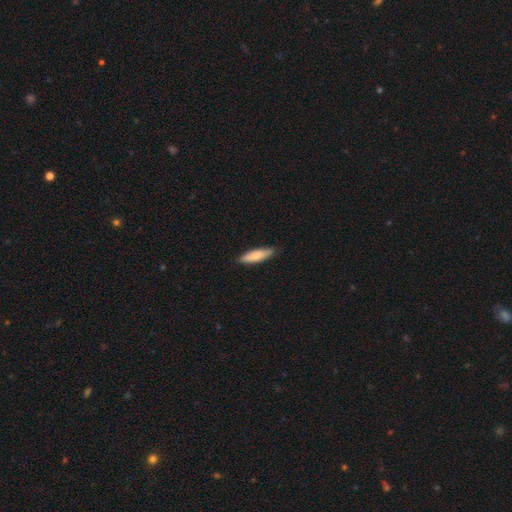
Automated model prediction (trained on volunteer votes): smooth-or-featured: smooth: 81% | featured or disk: 14% | star or artifact: 5%
  how-rounded: cigar-shaped: 62% | in between: 36% | round: 2%
  merging: none: 85% | minor disturbance: 12% | major disturbance: 2% | merger: 1%